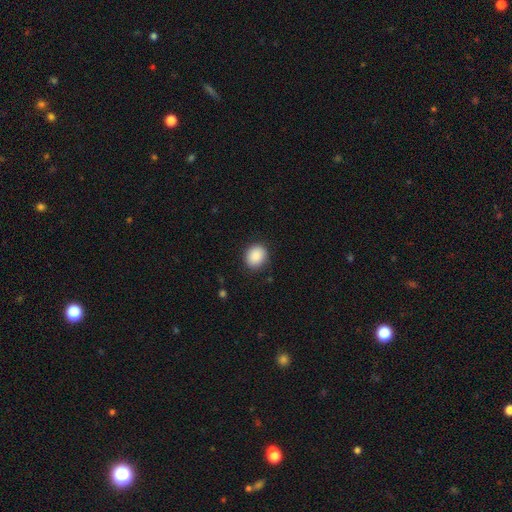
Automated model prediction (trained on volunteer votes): This is clearly a smooth galaxy (89%). How rounded: likely round (68%). Merging: clearly none (87%).